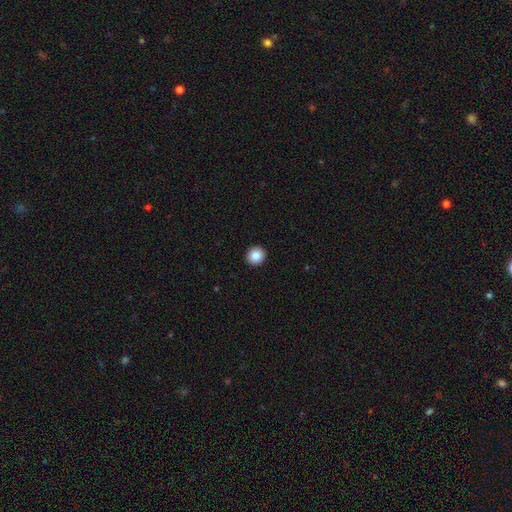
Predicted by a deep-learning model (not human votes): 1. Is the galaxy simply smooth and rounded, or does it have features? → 88% smooth, 9% star or artifact, 3% featured or disk.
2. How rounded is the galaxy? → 87% round, 12% in between, 1% cigar-shaped.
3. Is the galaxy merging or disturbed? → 93% none, 5% minor disturbance, 2% major disturbance, 1% merger.